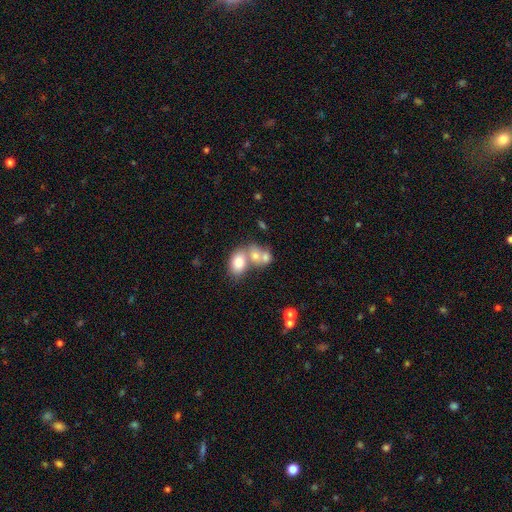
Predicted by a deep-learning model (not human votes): Smooth or featured? Predicted: smooth (p=0.71). How rounded? Predicted: in between (p=0.67). Merging? Predicted: merger (p=0.63).